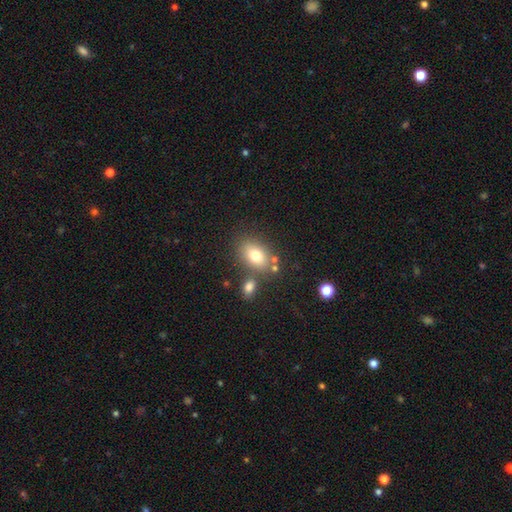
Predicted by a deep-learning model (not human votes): A smooth galaxy with no disk features (75%) that is in between round and cigar-shaped (80%). Merging: none (68%).